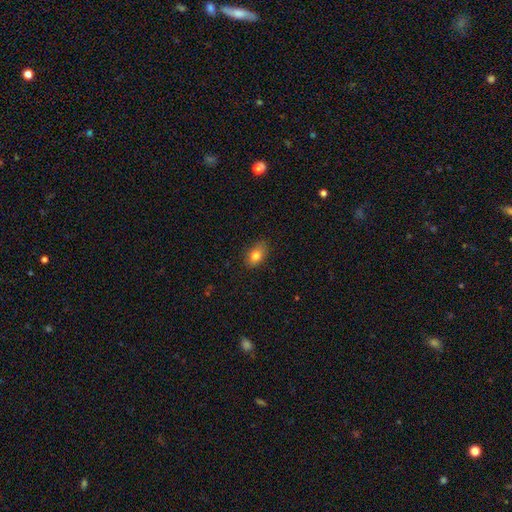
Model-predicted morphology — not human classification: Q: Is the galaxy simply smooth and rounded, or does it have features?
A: smooth — 81%.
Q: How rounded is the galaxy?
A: in between — 81%.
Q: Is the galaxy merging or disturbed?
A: none — 80%.